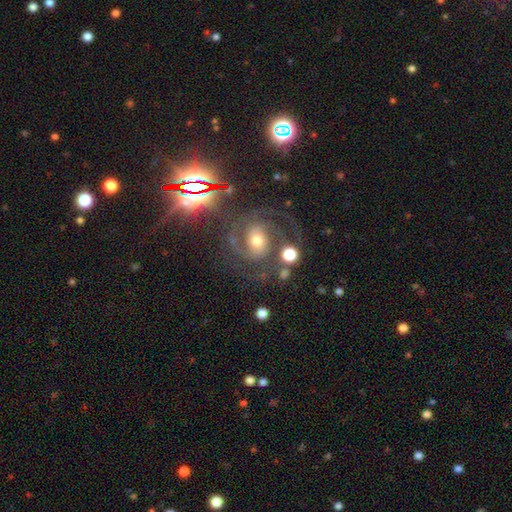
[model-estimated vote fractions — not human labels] A featured or disk galaxy (68%) with no bar (41%), 2 (71%) medium (46%) spiral arms (92%) and a moderate central bulge (58%).

Vote fractions:
- Smooth or featured? featured or disk: 68% / star or artifact: 22% / smooth: 10%
- Edge-on disk? no: 96% / yes: 4%
- Bar? no: 41% / weak: 37% / strong: 22%
- Spiral arms? yes: 92% / no: 8%
- Spiral winding? medium: 46% / tight: 43% / loose: 11%
- Spiral arm count? 2: 71% / can't tell: 12% / 3: 8% / 1: 4% / 4: 3% / more than 4: 3%
- Bulge size? moderate: 58% / small: 31% / large: 8% / none: 2% / dominant: 2%
- Merging? none: 68% / minor disturbance: 14% / major disturbance: 12% / merger: 6%